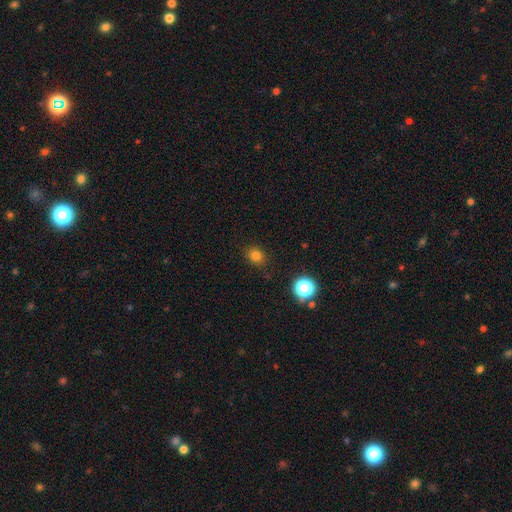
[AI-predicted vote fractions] The model was most divided on "how rounded": round: 76%, in between: 24%, cigar-shaped: 1%. More confident: merging — none (87%); smooth or featured — smooth (78%).